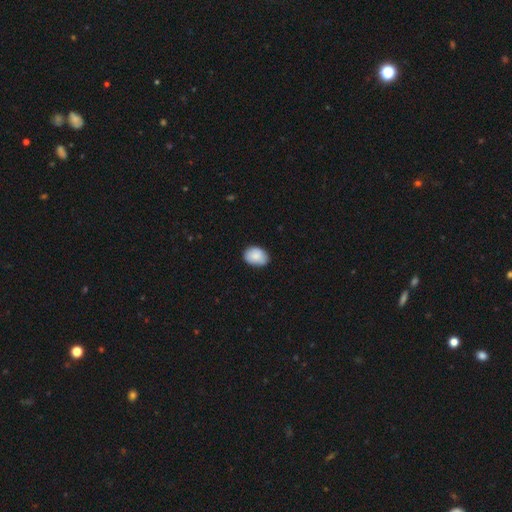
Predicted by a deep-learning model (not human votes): smooth 86%, featured or disk 7%, star or artifact 7%. Down the decision tree: how rounded — in between (72%); merging — none (80%).